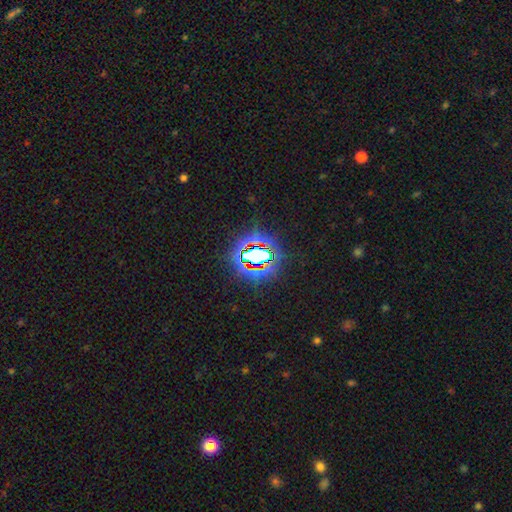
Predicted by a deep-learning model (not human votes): Morphology: type=star or artifact (68%).